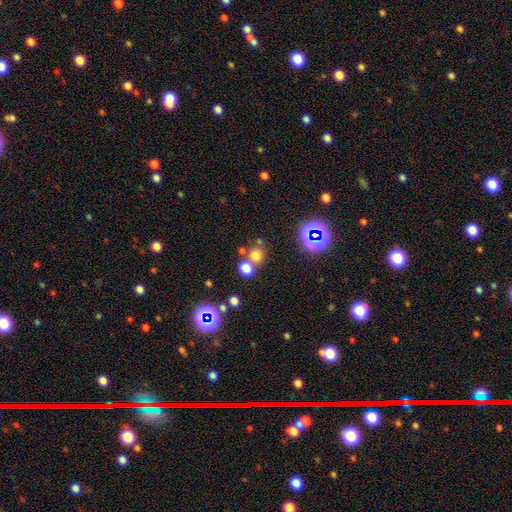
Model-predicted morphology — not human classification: A smooth galaxy with no disk features (67%) that is round (84%).

Vote fractions:
- Smooth or featured? smooth: 67% / star or artifact: 24% / featured or disk: 9%
- How rounded? round: 84% / in between: 15% / cigar-shaped: 1%
- Merging? none: 59% / merger: 30% / minor disturbance: 7% / major disturbance: 4%